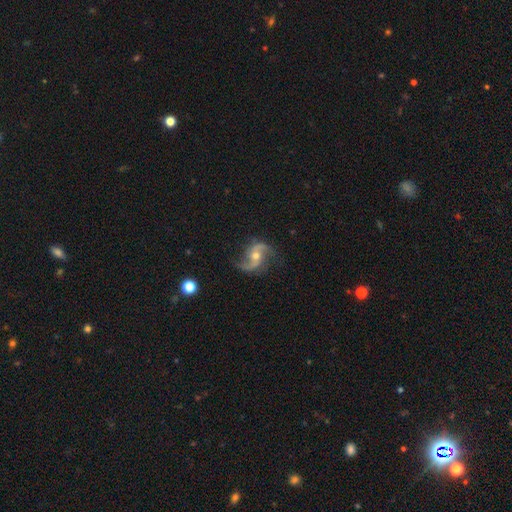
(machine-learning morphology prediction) smooth_or_featured: featured or disk (p=0.91) [alt: star or artifact p=0.05]
disk_edge_on: no (p=0.98) [alt: yes p=0.02]
bar: no (p=0.58) [alt: weak p=0.30]
has_spiral_arms: yes (p=0.97) [alt: no p=0.03]
spiral_winding: loose (p=0.68) [alt: medium p=0.26]
spiral_arm_count: 2 (p=0.93) [alt: 1 p=0.02]
bulge_size: moderate (p=0.59) [alt: small p=0.36]
merging: none (p=0.78) [alt: minor disturbance p=0.15]